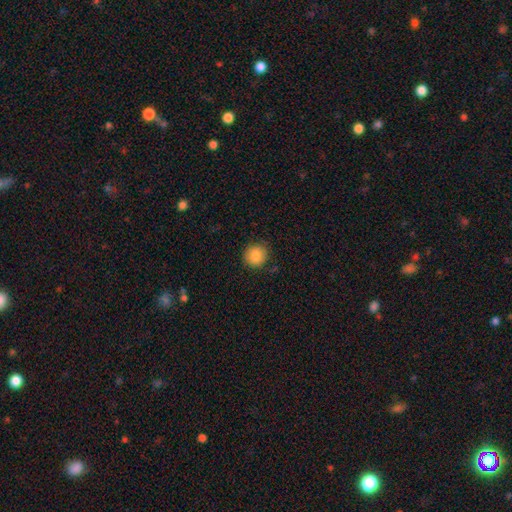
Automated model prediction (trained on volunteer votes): Q: Smooth or featured?
A: smooth (86%); runner-up: star or artifact (9%)
Q: How rounded?
A: round (91%); runner-up: in between (9%)
Q: Merging?
A: none (84%); runner-up: minor disturbance (12%)